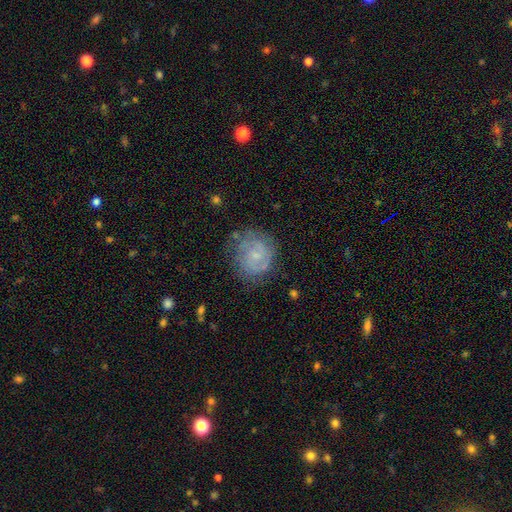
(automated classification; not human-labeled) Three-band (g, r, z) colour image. It shows a featured or disk galaxy (64%) with no bar (71%), 2 (44%) tight (59%) spiral arms (84%) and a small central bulge (69%). Merging: none (69%).